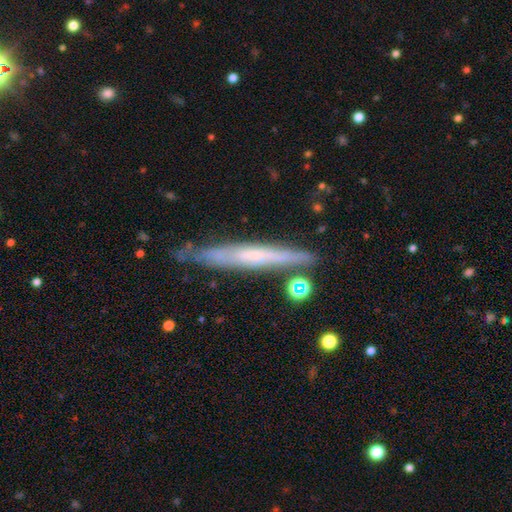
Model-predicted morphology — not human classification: Smooth or featured? featured or disk (58%)
Edge-on disk? yes (87%)
Edge-on bulge? none (70%)
Merging? none (74%)